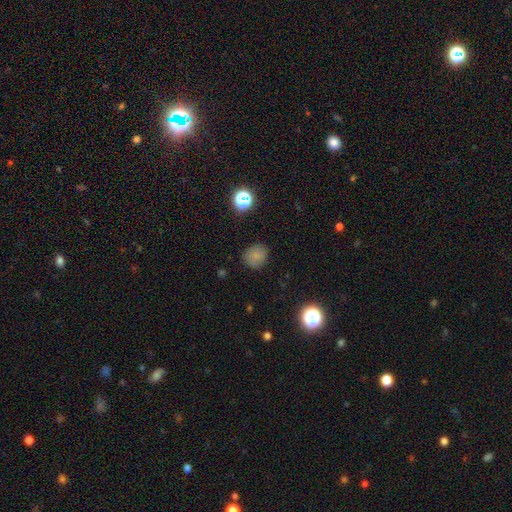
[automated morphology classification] A smooth galaxy with no disk features (76%) that is round (79%). Merging: none (81%).